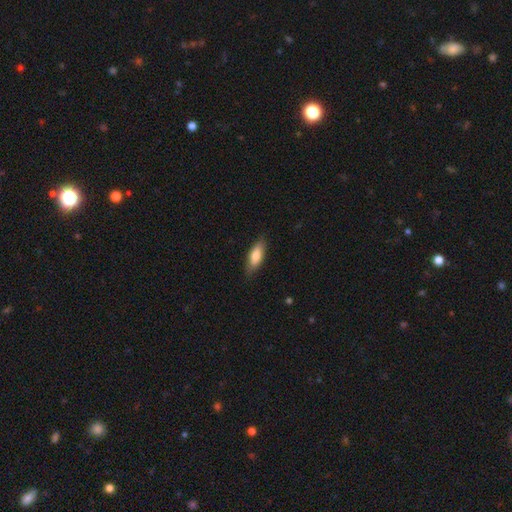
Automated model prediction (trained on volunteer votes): Morphology: type=smooth (76%); roundness=in between (68%); merging=none (81%).